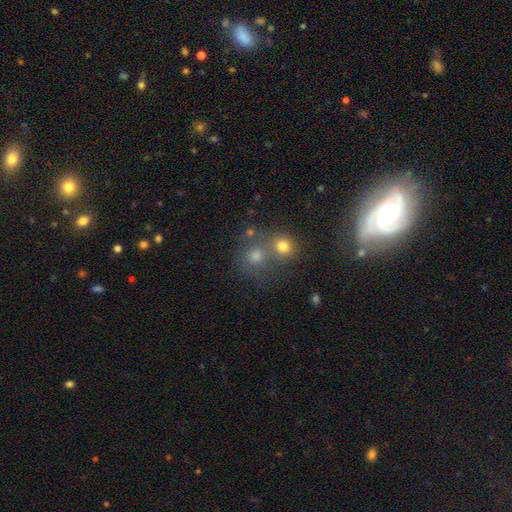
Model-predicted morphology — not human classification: smooth-or-featured: smooth: 64% | star or artifact: 23% | featured or disk: 14%
  how-rounded: round: 84% | in between: 14% | cigar-shaped: 1%
  merging: none: 48% | merger: 38% | minor disturbance: 9% | major disturbance: 5%